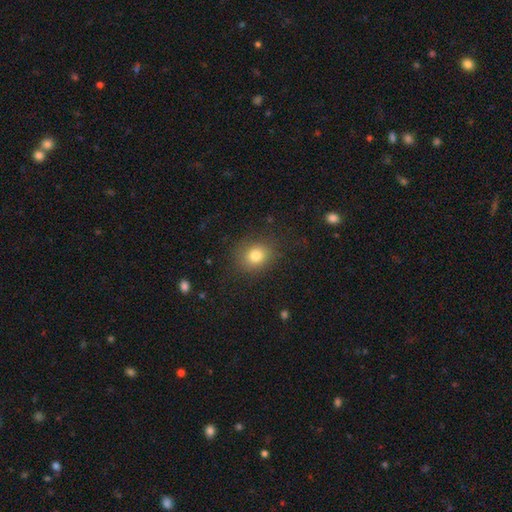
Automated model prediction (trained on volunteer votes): Overall: smooth (80%). How rounded: round (70%). Merging: none (85%).